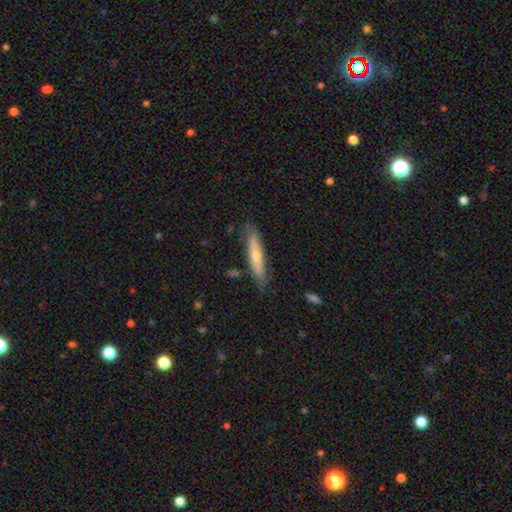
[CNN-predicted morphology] smooth_or_featured: smooth (p=0.51) [alt: featured or disk p=0.43]
how_rounded: cigar-shaped (p=0.89) [alt: in between p=0.10]
merging: none (p=0.82) [alt: minor disturbance p=0.14]